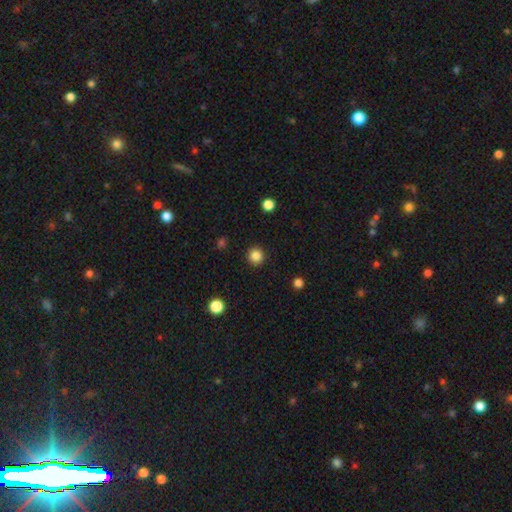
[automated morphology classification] Smooth or featured? Predicted: smooth (p=0.85). How rounded? Predicted: round (p=0.95). Merging? Predicted: none (p=0.92).